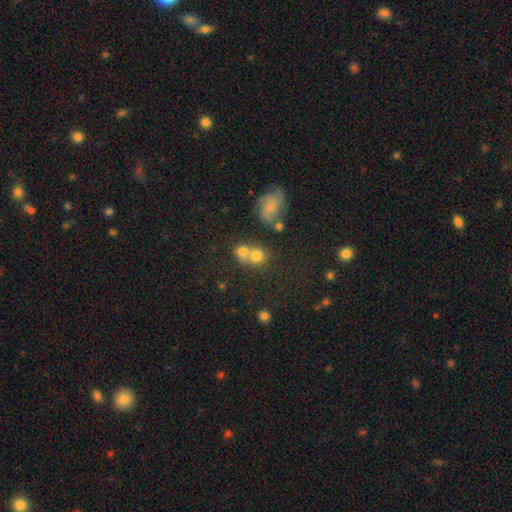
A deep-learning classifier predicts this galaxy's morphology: Smooth or featured: smooth — 73% (star or artifact — 14%)
How rounded: round — 77% (in between — 22%)
Merging: merger — 53% (none — 35%)